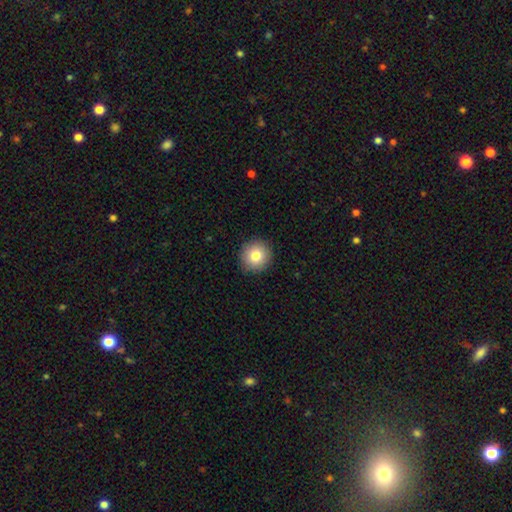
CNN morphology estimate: Smooth or featured?
  - smooth: 80% *
  - featured or disk: 10%
  - star or artifact: 10%
How rounded?
  - round: 93% *
  - in between: 6%
  - cigar-shaped: 1%
Merging?
  - none: 91% *
  - minor disturbance: 6%
  - major disturbance: 2%
  - merger: 1%